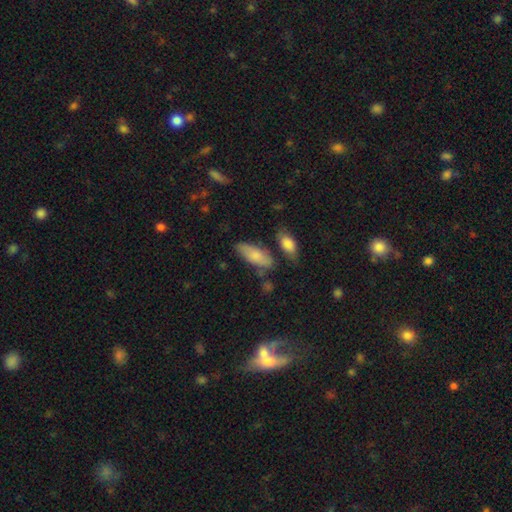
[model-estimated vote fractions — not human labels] Smooth or featured? smooth (77%)
How rounded? in between (80%)
Merging? none (63%)